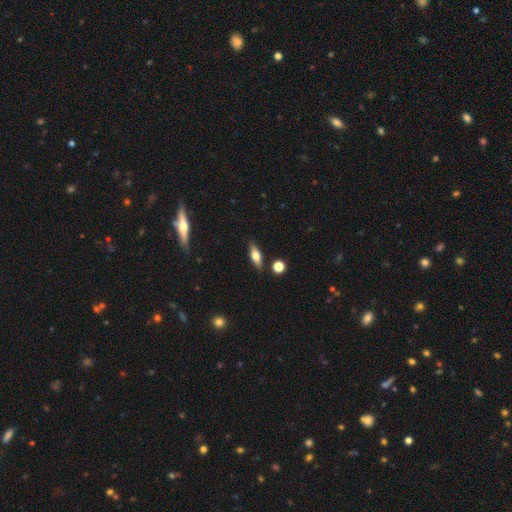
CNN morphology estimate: Smooth or featured? Predicted: smooth (p=0.58). How rounded? Predicted: in between (p=0.63). Merging? Predicted: none (p=0.84).